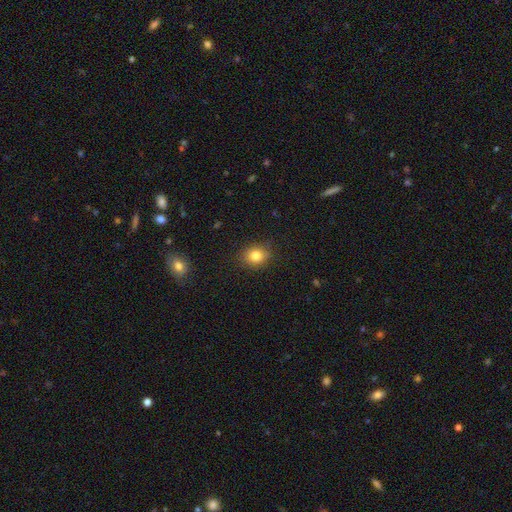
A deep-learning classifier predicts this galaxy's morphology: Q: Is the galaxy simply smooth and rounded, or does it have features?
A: smooth — 82%.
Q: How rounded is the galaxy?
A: round — 59%.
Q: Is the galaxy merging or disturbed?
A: none — 84%.